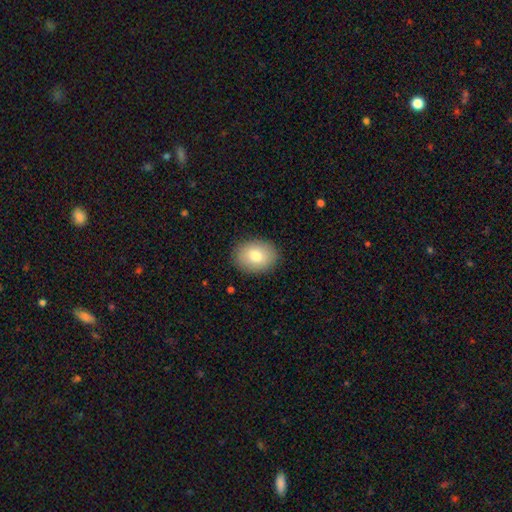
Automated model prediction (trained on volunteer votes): A smooth galaxy with no disk features (80%) that is in between round and cigar-shaped (63%). Merging: none (88%).